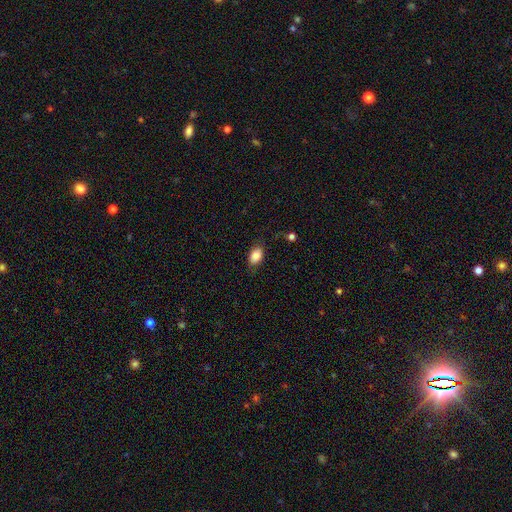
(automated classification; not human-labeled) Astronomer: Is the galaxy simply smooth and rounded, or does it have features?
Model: smooth — 84%.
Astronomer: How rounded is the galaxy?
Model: in between — 87%.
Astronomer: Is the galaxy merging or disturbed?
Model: none — 77%.